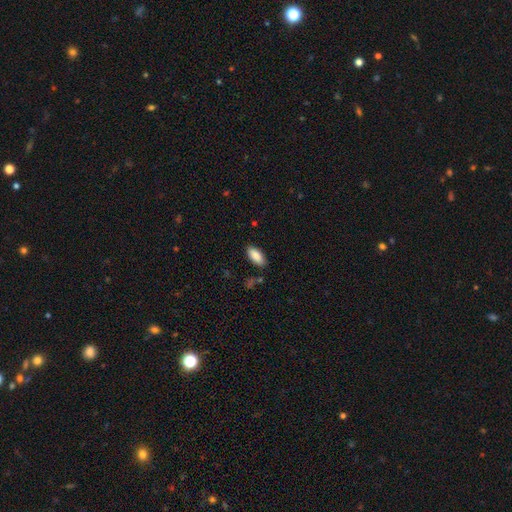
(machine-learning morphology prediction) A smooth galaxy with no disk features (88%) that is in between round and cigar-shaped (90%).

Vote fractions:
- Smooth or featured? smooth: 88% / star or artifact: 7% / featured or disk: 6%
- How rounded? in between: 90% / cigar-shaped: 8% / round: 2%
- Merging? none: 84% / minor disturbance: 11% / major disturbance: 3% / merger: 2%